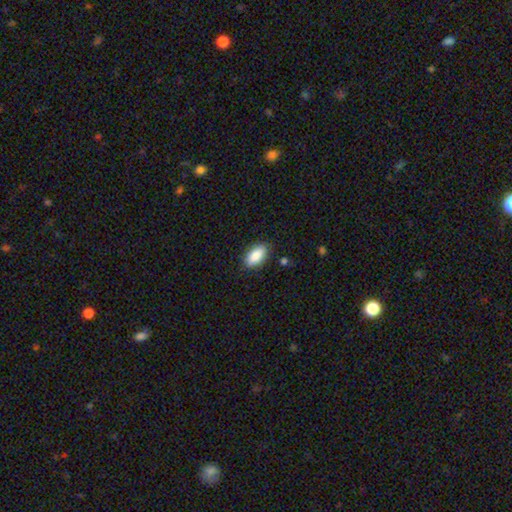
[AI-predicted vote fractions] smooth_or_featured: smooth (p=0.89) [alt: star or artifact p=0.06]
how_rounded: in between (p=0.92) [alt: cigar-shaped p=0.05]
merging: none (p=0.86) [alt: minor disturbance p=0.10]